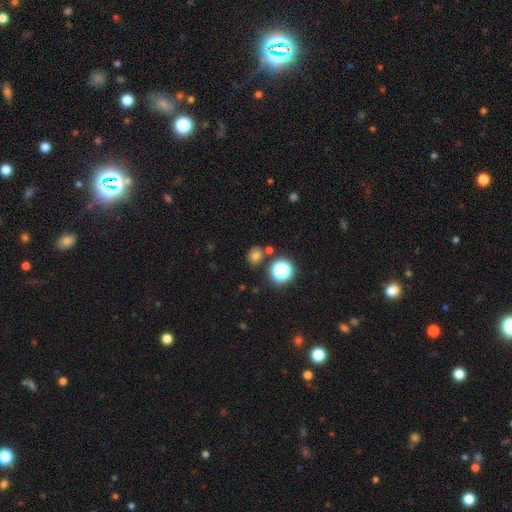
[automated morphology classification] smooth-or-featured: smooth: 71% | star or artifact: 22% | featured or disk: 7%
  how-rounded: round: 61% | in between: 38% | cigar-shaped: 1%
  merging: none: 77% | minor disturbance: 11% | merger: 9% | major disturbance: 3%